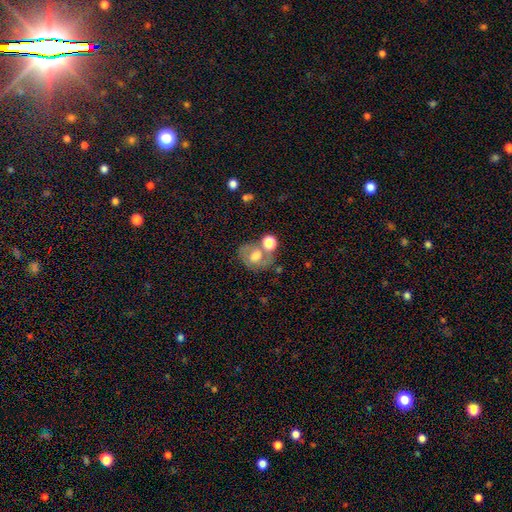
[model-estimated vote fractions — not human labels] Smooth or featured?
  - featured or disk: 48% *
  - smooth: 42%
  - star or artifact: 10%
Merging?
  - none: 48% *
  - merger: 27%
  - minor disturbance: 16%
  - major disturbance: 9%